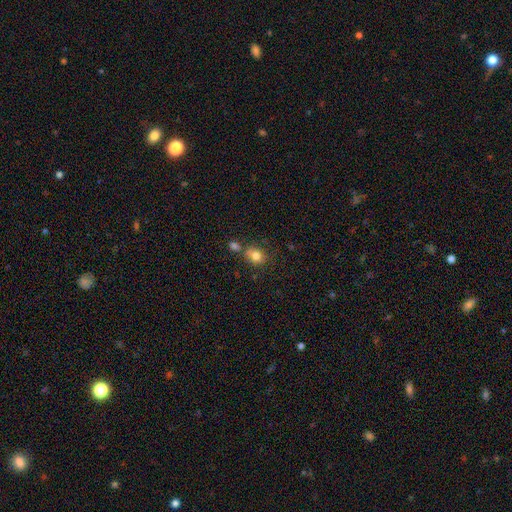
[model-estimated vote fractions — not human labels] smooth_or_featured: smooth (p=0.81) [alt: star or artifact p=0.10]
how_rounded: round (p=0.66) [alt: in between p=0.33]
merging: none (p=0.56) [alt: merger p=0.23]